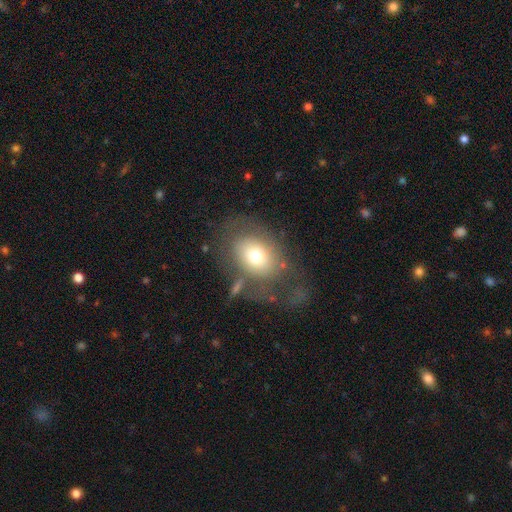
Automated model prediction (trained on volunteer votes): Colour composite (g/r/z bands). It shows a smooth galaxy with no disk features (63%) that is in between round and cigar-shaped (59%). Merging: none (45%).